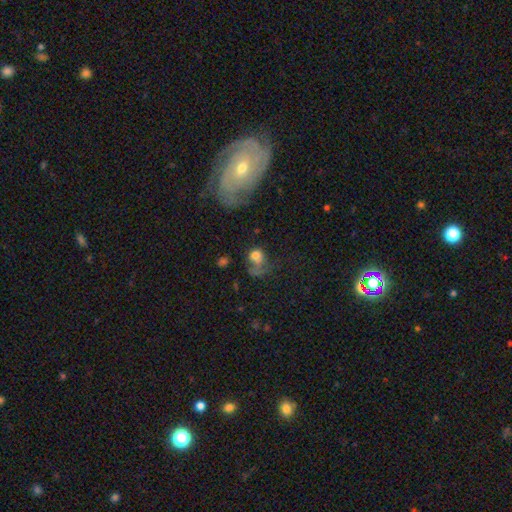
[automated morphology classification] Smooth or featured: smooth — 65% (featured or disk — 21%)
How rounded: round — 63% (in between — 36%)
Merging: major disturbance — 40% (none — 28%)